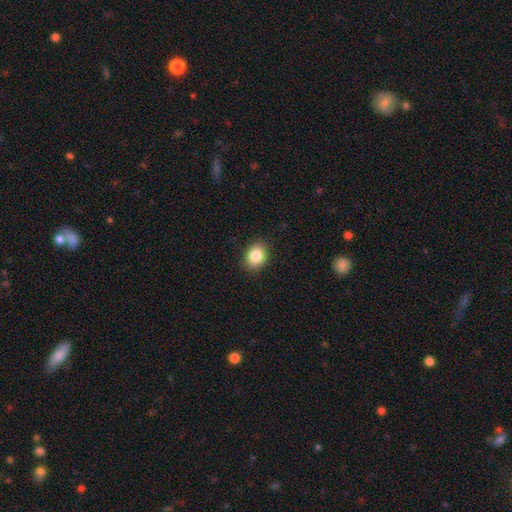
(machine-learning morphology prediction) Q: Smooth or featured?
A: smooth (85%); runner-up: star or artifact (9%)
Q: How rounded?
A: in between (57%); runner-up: round (42%)
Q: Merging?
A: none (89%); runner-up: minor disturbance (8%)